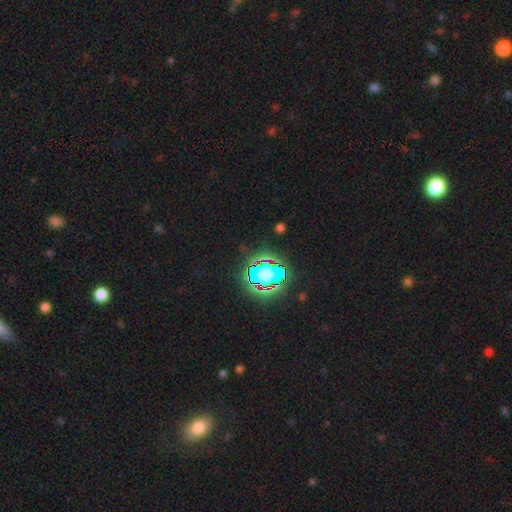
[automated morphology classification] smooth_or_featured: star or artifact (p=0.83) [alt: smooth p=0.11]